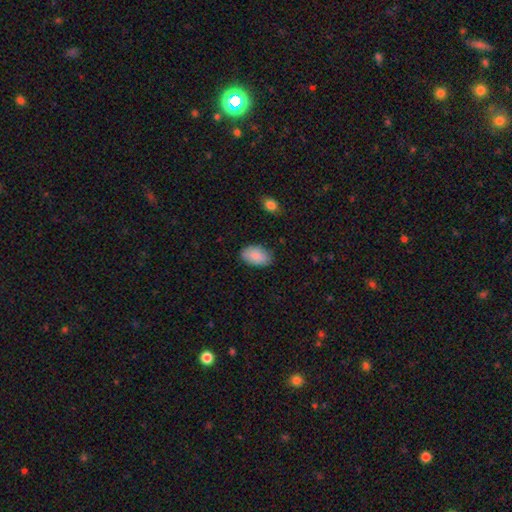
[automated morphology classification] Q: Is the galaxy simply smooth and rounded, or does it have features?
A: smooth — 86%.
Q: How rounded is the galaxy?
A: in between — 93%.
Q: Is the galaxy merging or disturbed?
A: none — 83%.